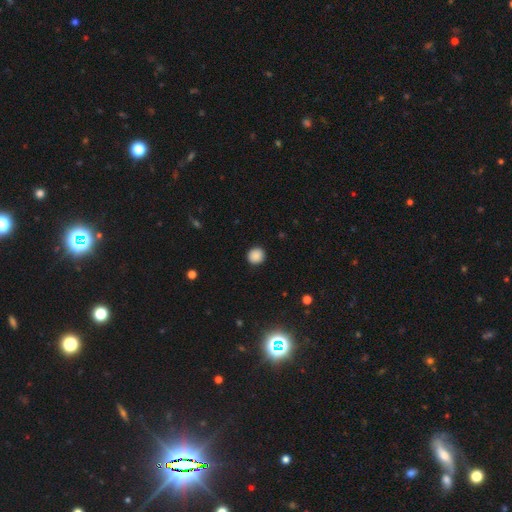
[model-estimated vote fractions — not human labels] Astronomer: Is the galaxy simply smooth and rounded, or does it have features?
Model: smooth — 88%.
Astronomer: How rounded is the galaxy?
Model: round — 92%.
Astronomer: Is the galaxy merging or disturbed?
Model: none — 92%.